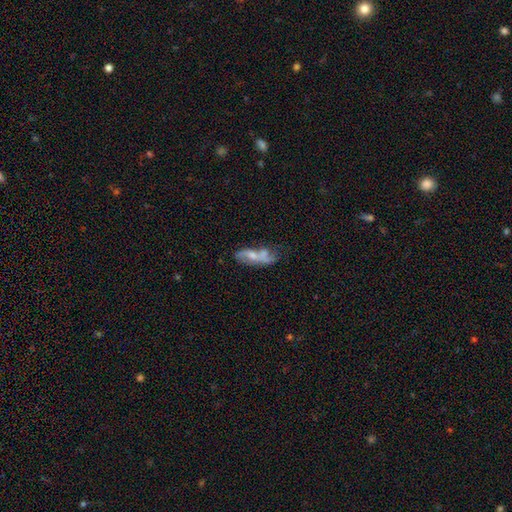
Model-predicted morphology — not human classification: This appears to be a featured or disk galaxy (57%). Merging: none (41%).